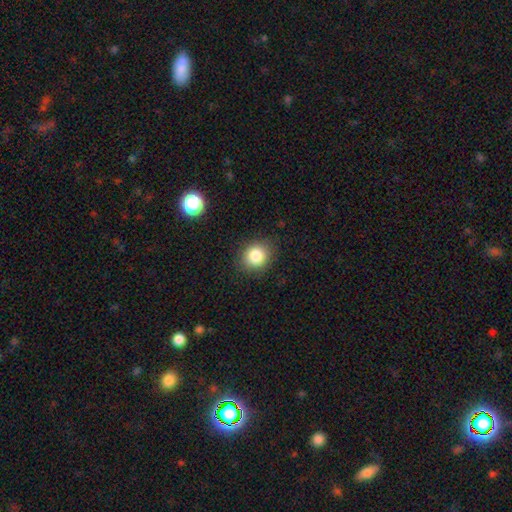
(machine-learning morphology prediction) This is clearly a smooth galaxy (84%). How rounded: likely round (74%). Merging: clearly none (87%).